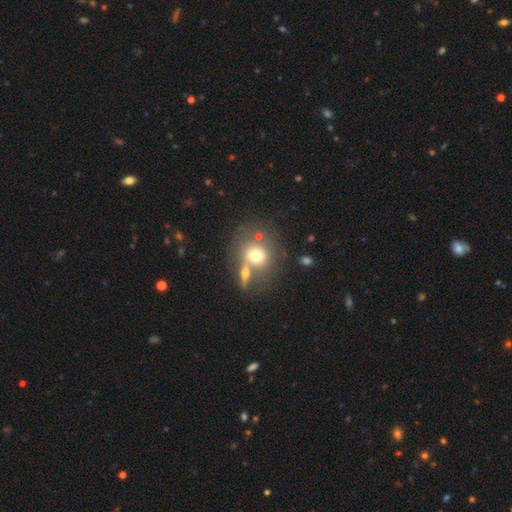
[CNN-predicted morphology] smooth 66%, featured or disk 23%, star or artifact 11%. Down the decision tree: how rounded — round (74%); merging — none (45%).